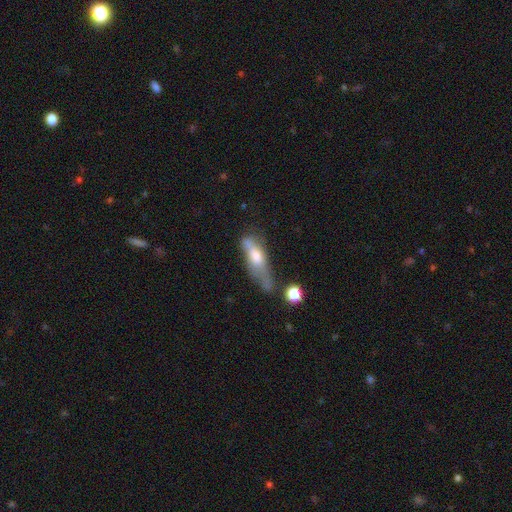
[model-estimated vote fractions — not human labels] Smooth or featured?
  - smooth: 54% *
  - featured or disk: 37%
  - star or artifact: 9%
How rounded?
  - in between: 51% *
  - cigar-shaped: 46%
  - round: 4%
Merging?
  - major disturbance: 30% *
  - minor disturbance: 28%
  - none: 25%
  - merger: 17%